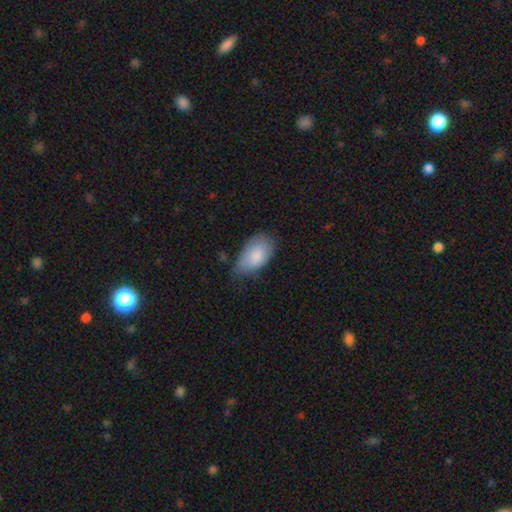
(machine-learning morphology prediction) A smooth galaxy with no disk features (83%) that is in between round and cigar-shaped (94%). Merging: none (49%).